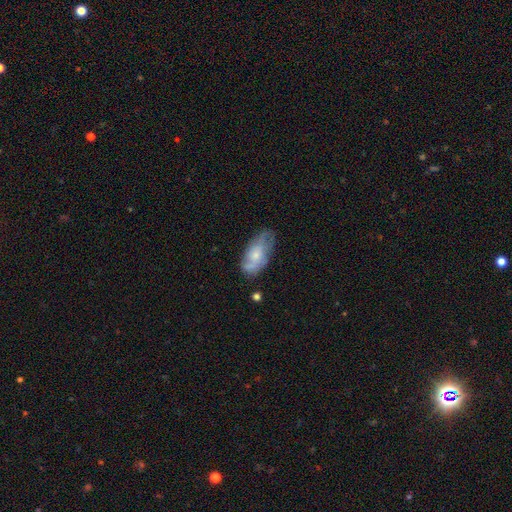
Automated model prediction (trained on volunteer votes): featured or disk 50%, smooth 43%, star or artifact 7%. Down the decision tree: merging — none (58%).